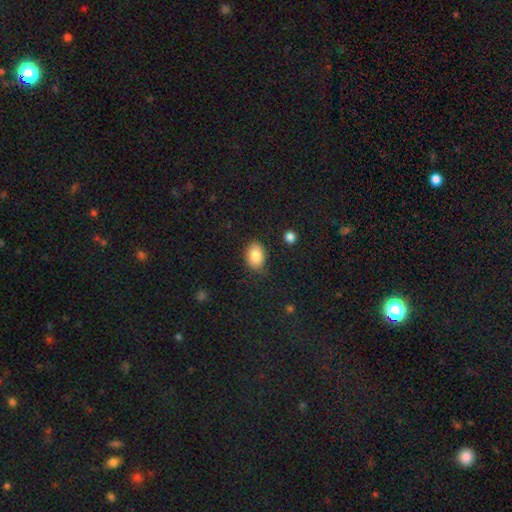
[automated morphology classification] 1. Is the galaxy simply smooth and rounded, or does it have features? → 85% smooth, 8% featured or disk, 7% star or artifact.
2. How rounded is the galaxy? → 81% in between, 18% round, 1% cigar-shaped.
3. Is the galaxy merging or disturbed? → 77% none, 17% minor disturbance, 4% major disturbance, 2% merger.